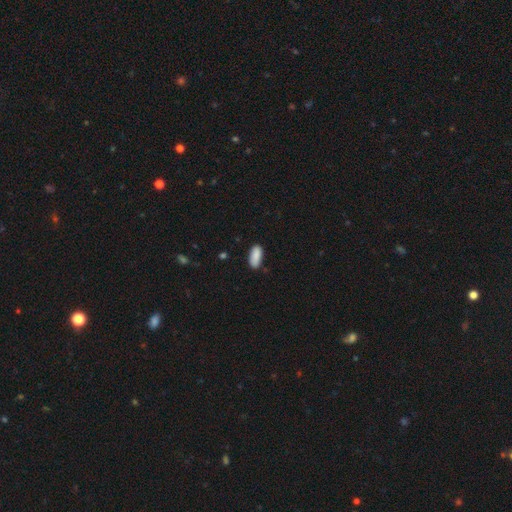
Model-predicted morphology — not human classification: Overall: smooth (89%). How rounded: in between (87%). Merging: none (83%).